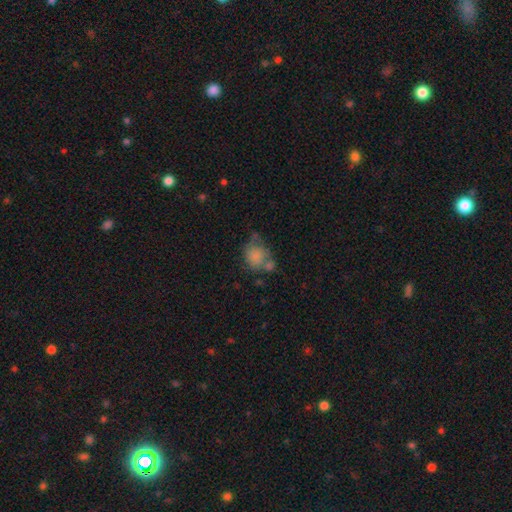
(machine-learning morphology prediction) Overall: smooth (76%). How rounded: round (67%; in between 32%). Merging: none (38%; merger 29%).